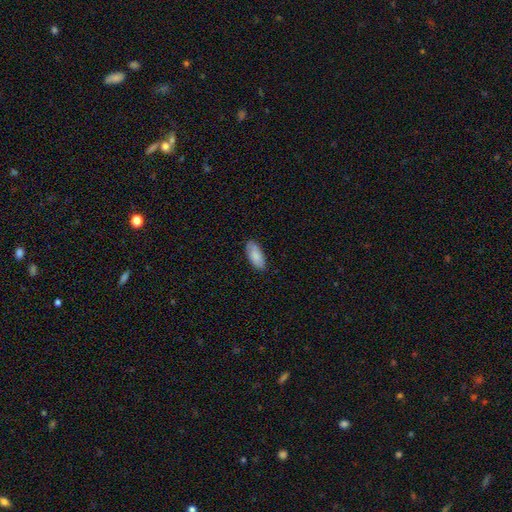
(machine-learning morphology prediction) smooth-or-featured: smooth: 83% | featured or disk: 11% | star or artifact: 6%
  how-rounded: in between: 85% | cigar-shaped: 13% | round: 2%
  merging: none: 81% | minor disturbance: 15% | major disturbance: 3% | merger: 1%